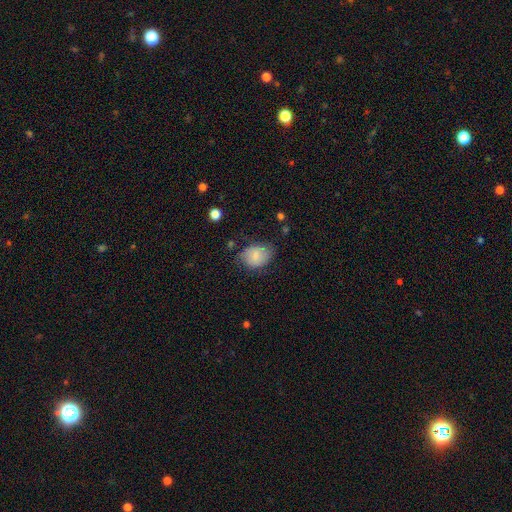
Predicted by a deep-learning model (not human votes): The model was most divided on "merging": none: 64%, minor disturbance: 27%, major disturbance: 7%, merger: 2%. More confident: smooth or featured — smooth (77%); how rounded — in between (69%).